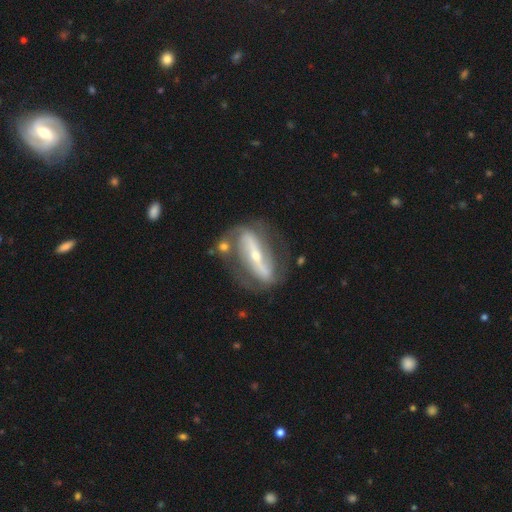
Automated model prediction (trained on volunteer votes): smooth_or_featured: featured or disk (p=0.84) [alt: smooth p=0.11]
disk_edge_on: no (p=0.81) [alt: yes p=0.19]
bar: strong (p=0.77) [alt: weak p=0.12]
has_spiral_arms: yes (p=0.79) [alt: no p=0.21]
spiral_winding: medium (p=0.35) [alt: loose p=0.33]
spiral_arm_count: 2 (p=0.83) [alt: can't tell p=0.10]
bulge_size: small (p=0.63) [alt: moderate p=0.33]
merging: none (p=0.65) [alt: minor disturbance p=0.17]